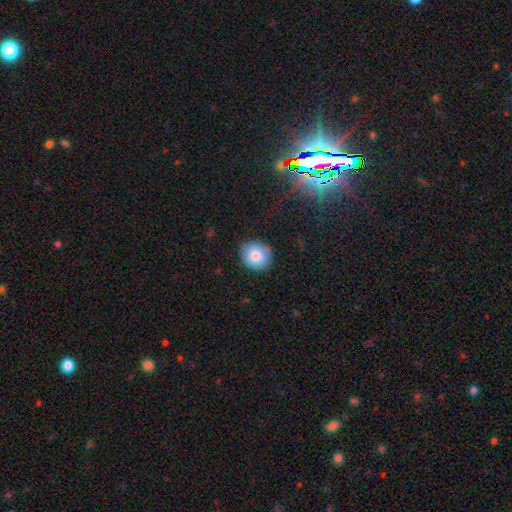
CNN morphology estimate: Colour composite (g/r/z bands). It shows a smooth galaxy with no disk features (80%) that is round (83%). Merging: none (82%).